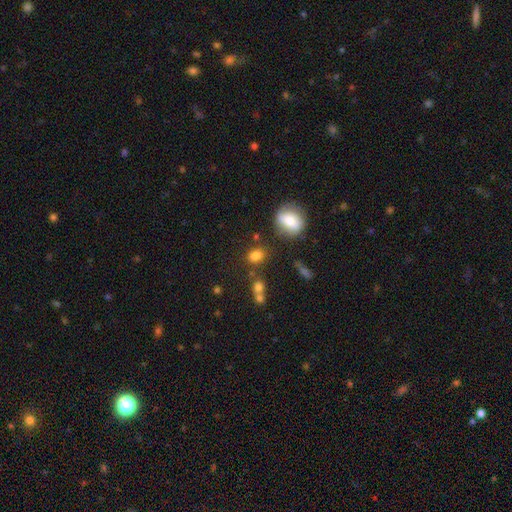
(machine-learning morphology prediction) smooth 79%, star or artifact 13%, featured or disk 8%. Down the decision tree: how rounded — in between (66%); merging — none (64%).